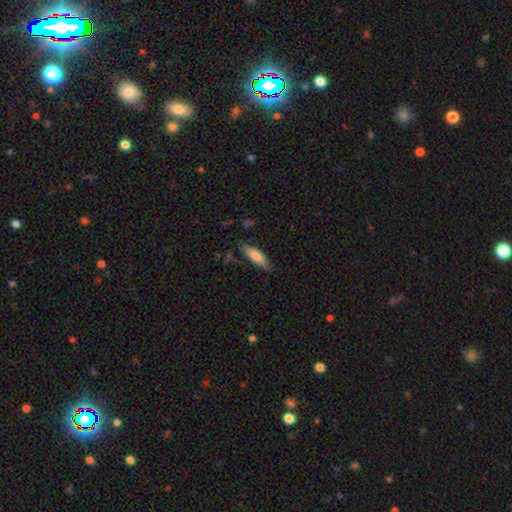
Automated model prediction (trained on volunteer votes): smooth 72%, featured or disk 21%, star or artifact 6%. Down the decision tree: how rounded — cigar-shaped (56%); merging — none (79%).